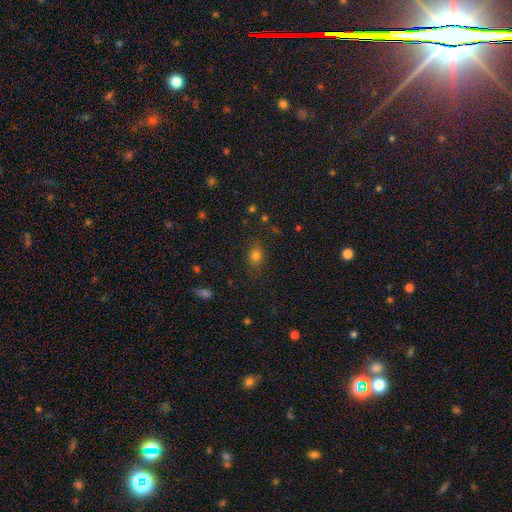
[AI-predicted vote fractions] smooth-or-featured: smooth: 76% | star or artifact: 16% | featured or disk: 8%
  how-rounded: in between: 54% | round: 44% | cigar-shaped: 2%
  merging: none: 81% | minor disturbance: 14% | major disturbance: 4% | merger: 2%